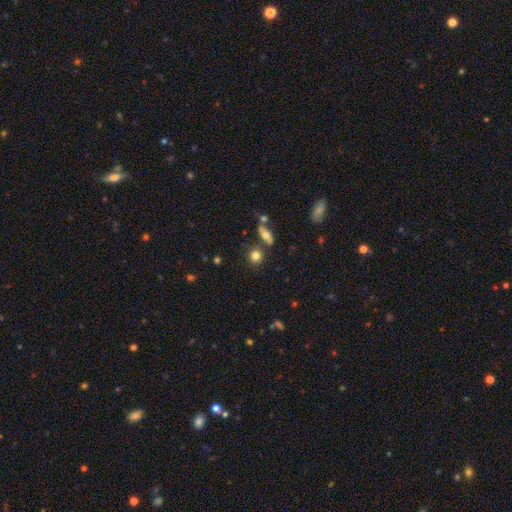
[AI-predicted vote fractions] Q: Smooth or featured?
A: smooth (80%); runner-up: star or artifact (10%)
Q: How rounded?
A: round (74%); runner-up: in between (23%)
Q: Merging?
A: none (72%); runner-up: merger (14%)